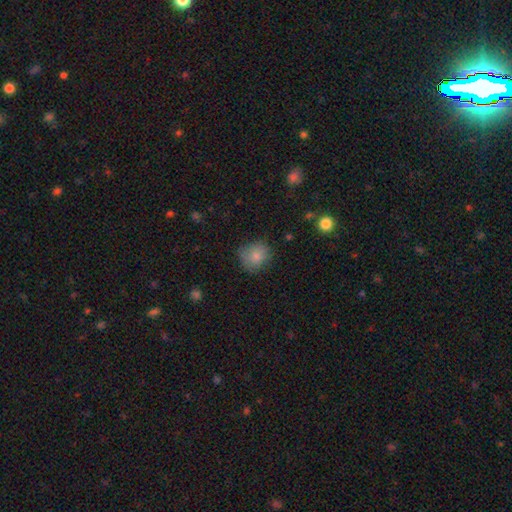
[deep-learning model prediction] Smooth or featured? Predicted: smooth (p=0.81). How rounded? Predicted: round (p=0.75). Merging? Predicted: none (p=0.68).